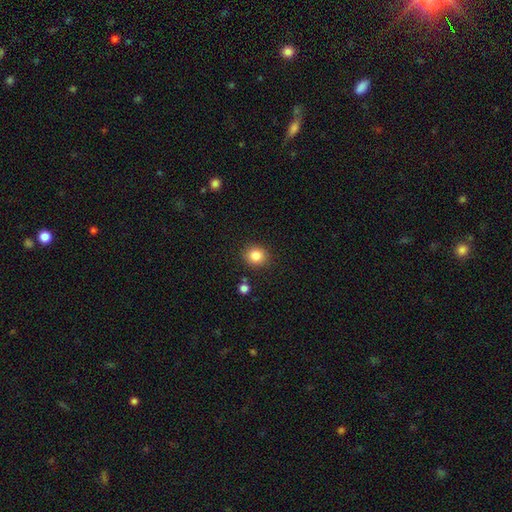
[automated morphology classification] smooth 84%, star or artifact 11%, featured or disk 6%. Down the decision tree: how rounded — round (86%); merging — none (89%).